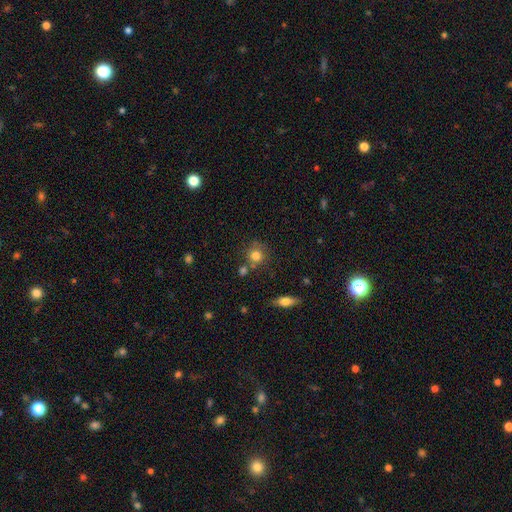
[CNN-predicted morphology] Overall: smooth (78%). How rounded: round (86%). Merging: none (66%).